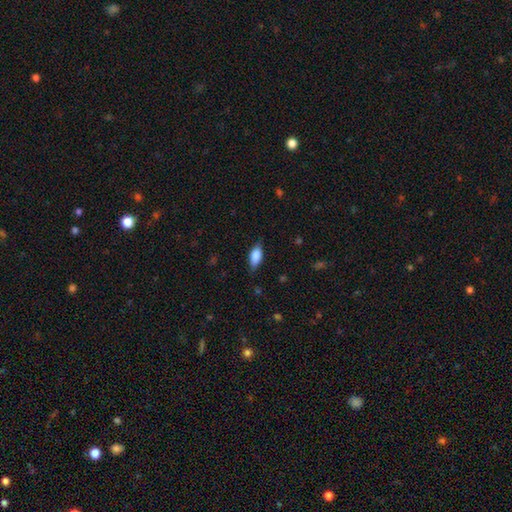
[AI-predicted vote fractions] This is clearly a smooth galaxy (82%). How rounded: clearly in between (83%). Merging: likely none (79%).